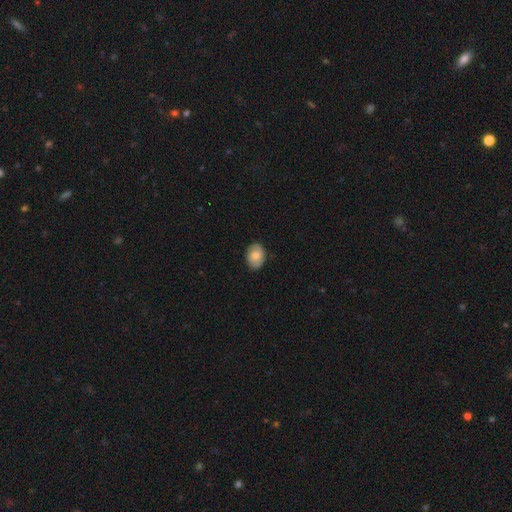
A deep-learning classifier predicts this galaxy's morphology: Smooth or featured? Predicted: smooth (p=0.69). How rounded? Predicted: in between (p=0.67). Merging? Predicted: none (p=0.82).